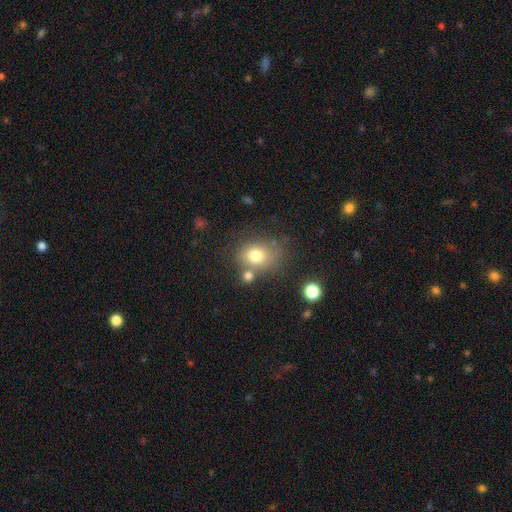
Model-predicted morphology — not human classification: A smooth galaxy with no disk features (75%) that is round (59%).

Vote fractions:
- Smooth or featured? smooth: 75% / featured or disk: 13% / star or artifact: 12%
- How rounded? round: 59% / in between: 40% / cigar-shaped: 1%
- Merging? none: 58% / merger: 18% / minor disturbance: 17% / major disturbance: 7%